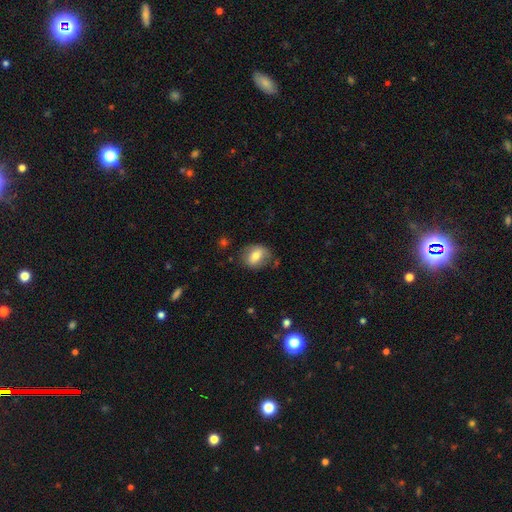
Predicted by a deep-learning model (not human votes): Q: Smooth or featured?
A: smooth (66%); runner-up: featured or disk (26%)
Q: How rounded?
A: in between (60%); runner-up: round (38%)
Q: Merging?
A: none (69%); runner-up: minor disturbance (21%)